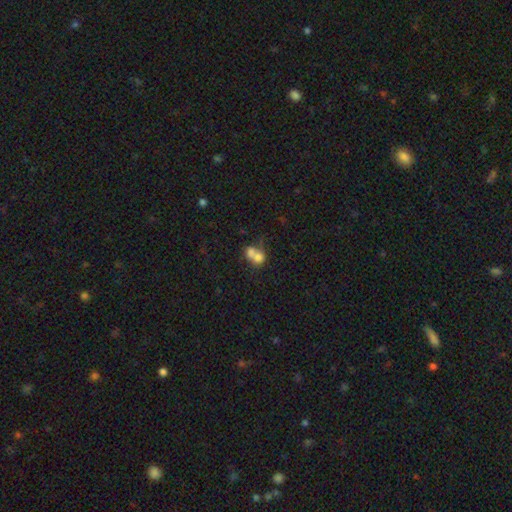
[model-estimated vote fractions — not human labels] Smooth or featured? Predicted: smooth (p=0.70). How rounded? Predicted: round (p=0.62). Merging? Predicted: merger (p=0.69).